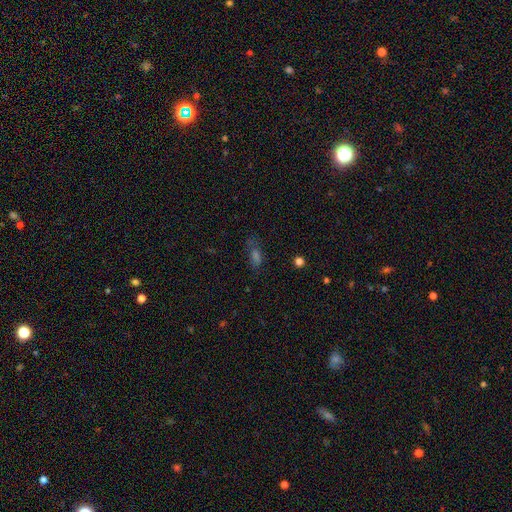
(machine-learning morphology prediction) A smooth galaxy with no disk features (48%). Merging: none (65%).